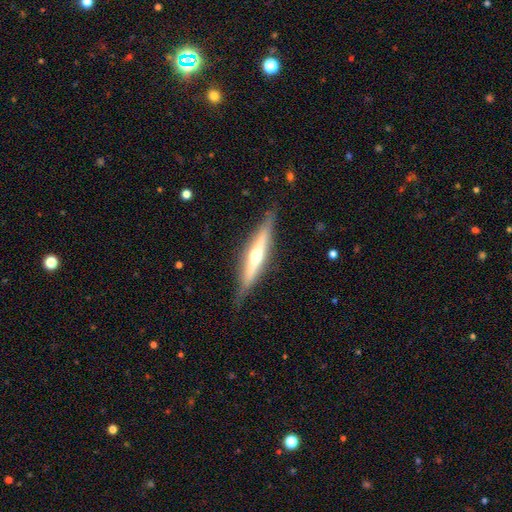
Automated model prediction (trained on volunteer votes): Smooth or featured? featured or disk (70%)
Edge-on disk? yes (95%)
Edge-on bulge? rounded (85%)
Merging? none (84%)